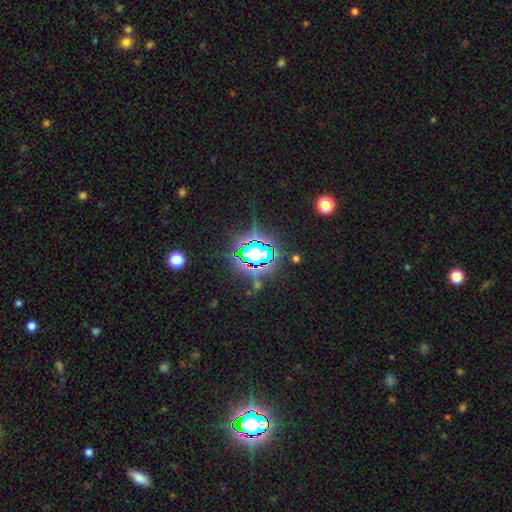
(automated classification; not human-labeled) Overall: star or artifact (71%).